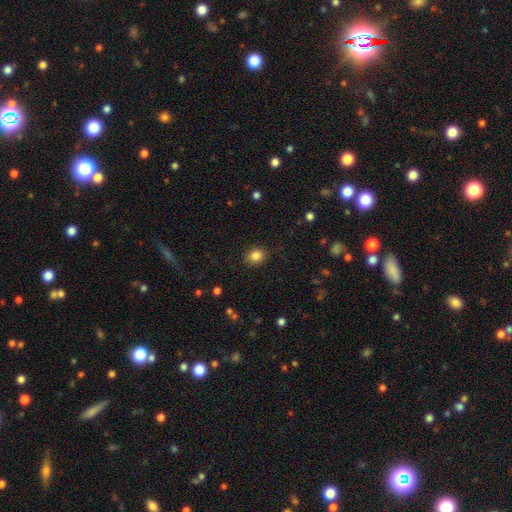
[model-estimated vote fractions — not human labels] This is clearly a smooth galaxy (85%). How rounded: possibly round (53%). Merging: clearly none (87%).